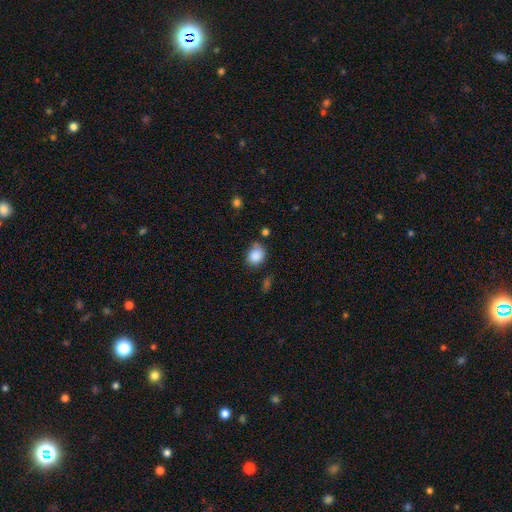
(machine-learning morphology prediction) Smooth or featured: smooth — 86% (star or artifact — 9%)
How rounded: round — 58% (in between — 41%)
Merging: none — 57% (minor disturbance — 30%)